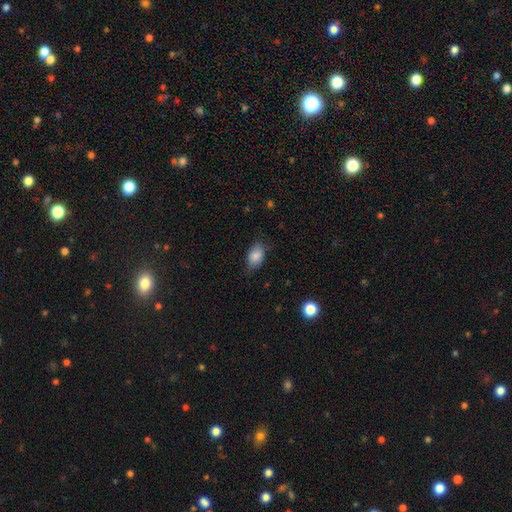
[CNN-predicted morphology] smooth 86%, star or artifact 7%, featured or disk 7%. Down the decision tree: how rounded — in between (88%); merging — none (73%).